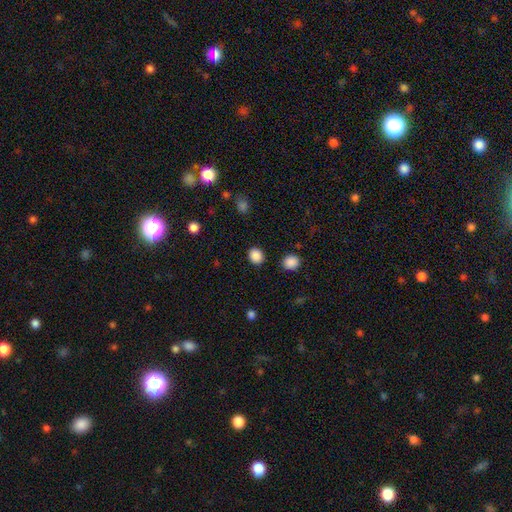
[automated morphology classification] Smooth or featured: smooth — 87% (star or artifact — 10%)
How rounded: round — 69% (in between — 30%)
Merging: none — 88% (minor disturbance — 7%)